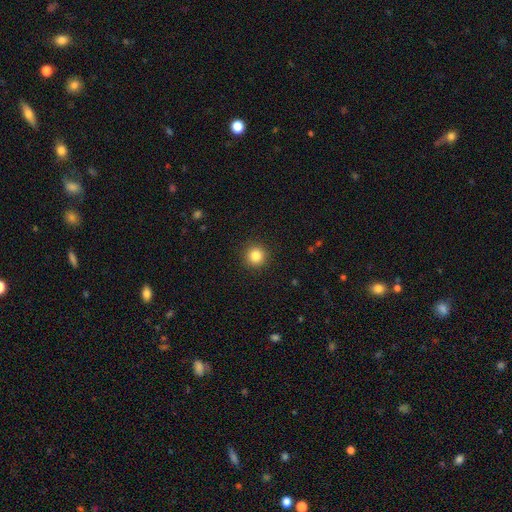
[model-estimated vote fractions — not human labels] A smooth galaxy with no disk features (85%) that is round (95%).

Vote fractions:
- Smooth or featured? smooth: 85% / star or artifact: 11% / featured or disk: 5%
- How rounded? round: 95% / in between: 4% / cigar-shaped: 1%
- Merging? none: 92% / minor disturbance: 5% / major disturbance: 2% / merger: 1%